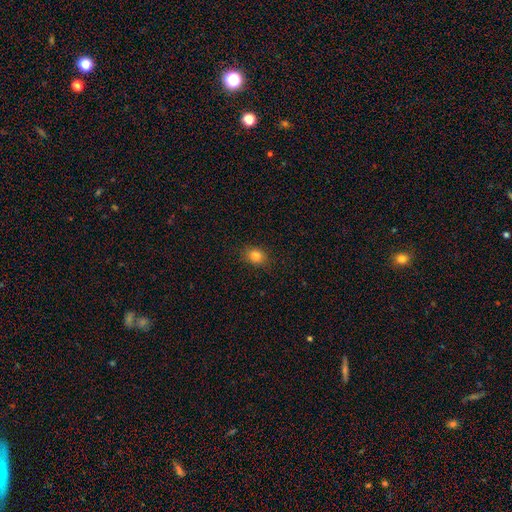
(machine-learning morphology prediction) smooth-or-featured: smooth: 83% | star or artifact: 12% | featured or disk: 6%
  how-rounded: round: 49% (tied) | in between: 49% (tied) | cigar-shaped: 1%
  merging: none: 86% | minor disturbance: 10% | major disturbance: 3% | merger: 1%